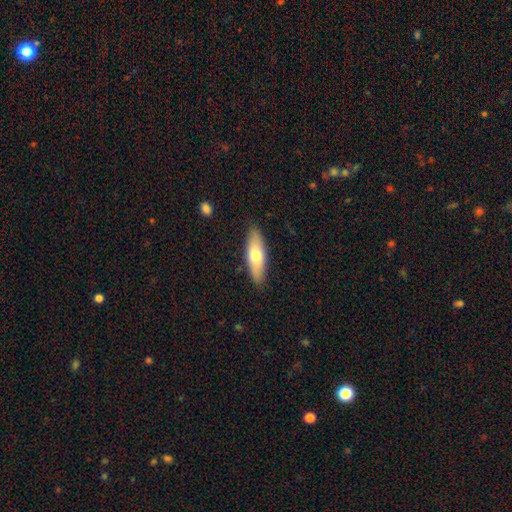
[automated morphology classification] type=smooth (67%); roundness=in between (57%); merging=none (86%).